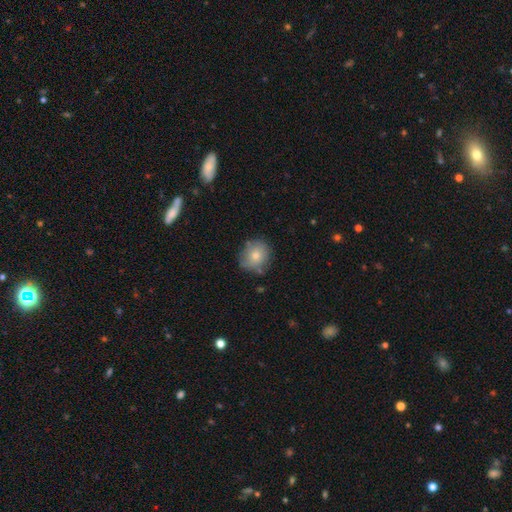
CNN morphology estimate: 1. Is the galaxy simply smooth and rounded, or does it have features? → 76% smooth, 15% featured or disk, 9% star or artifact.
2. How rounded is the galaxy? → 76% round, 23% in between, 1% cigar-shaped.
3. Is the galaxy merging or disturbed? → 71% none, 20% minor disturbance, 5% major disturbance, 4% merger.